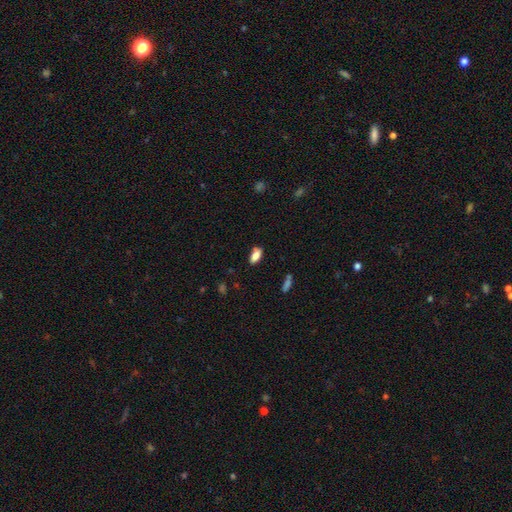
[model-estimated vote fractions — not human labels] This appears to be a smooth galaxy with no disk features (83%) that is in between round and cigar-shaped (87%). Merging: none (77%).